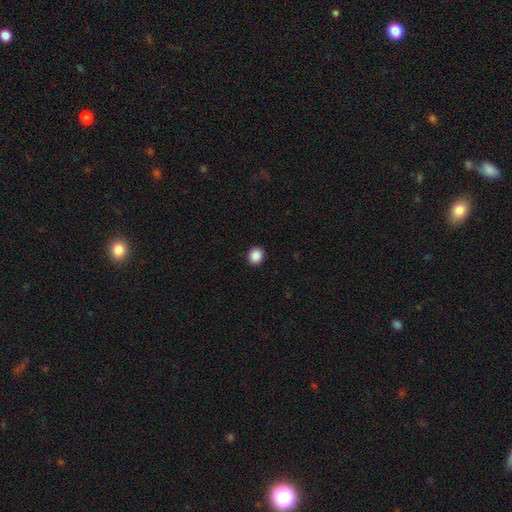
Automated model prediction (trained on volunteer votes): smooth-or-featured: smooth: 89% | star or artifact: 9% | featured or disk: 2%
  how-rounded: round: 71% | in between: 28% | cigar-shaped: 1%
  merging: none: 92% | minor disturbance: 6% | major disturbance: 2% | merger: 1%